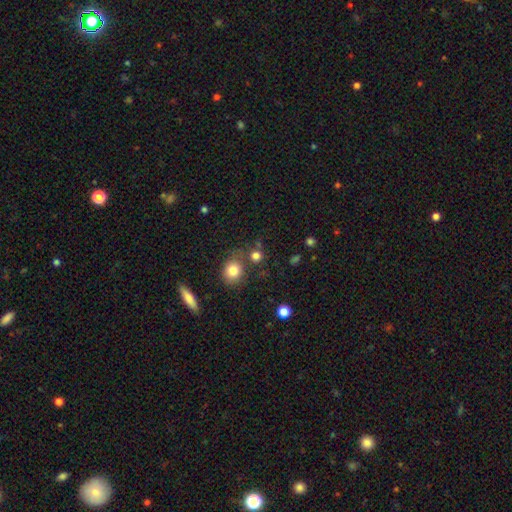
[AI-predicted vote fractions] The model was most divided on "merging": none: 67%, merger: 17%, minor disturbance: 11%, major disturbance: 5%. More confident: how rounded — round (85%); smooth or featured — smooth (79%).